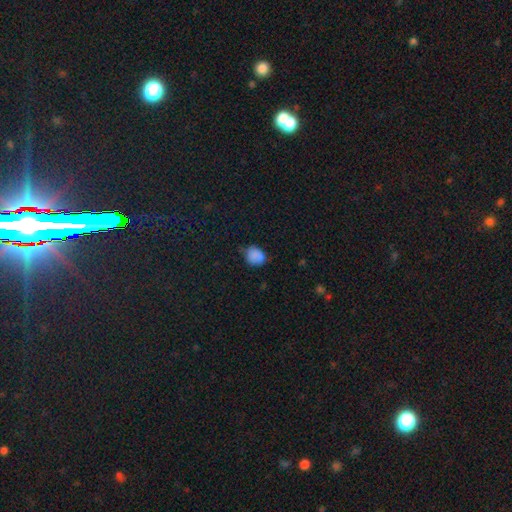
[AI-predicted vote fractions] Smooth or featured?
  - smooth: 80% *
  - star or artifact: 11%
  - featured or disk: 8%
How rounded?
  - round: 55% *
  - in between: 44%
  - cigar-shaped: 1%
Merging?
  - none: 60% *
  - minor disturbance: 32%
  - major disturbance: 6%
  - merger: 3%